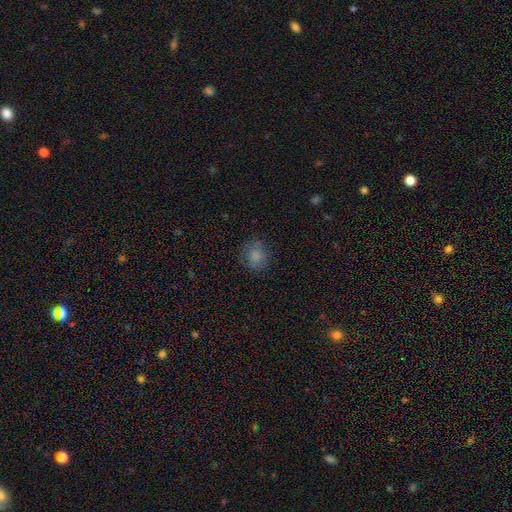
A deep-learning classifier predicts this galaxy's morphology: Smooth or featured: smooth — 79% (star or artifact — 12%)
How rounded: round — 84% (in between — 15%)
Merging: none — 79% (minor disturbance — 15%)